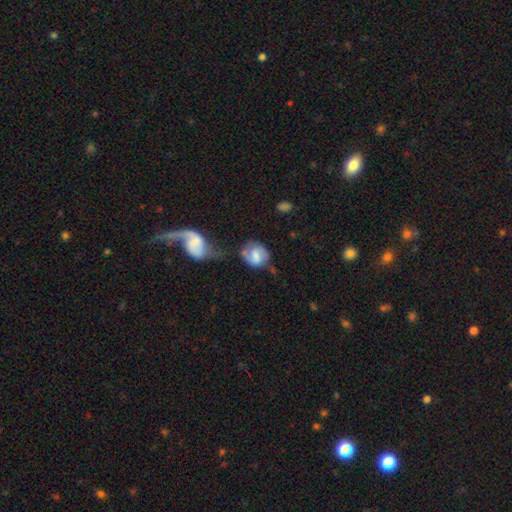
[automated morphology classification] Overall: featured or disk (47%; smooth 45%). Merging: none (46%; minor disturbance 23%).